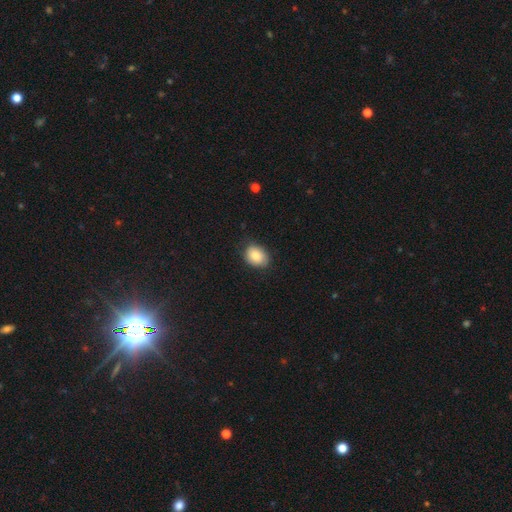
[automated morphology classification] Smooth or featured?
  - smooth: 85% *
  - featured or disk: 8%
  - star or artifact: 7%
How rounded?
  - in between: 66% *
  - round: 33%
  - cigar-shaped: 1%
Merging?
  - none: 77% *
  - minor disturbance: 19%
  - major disturbance: 3%
  - merger: 1%